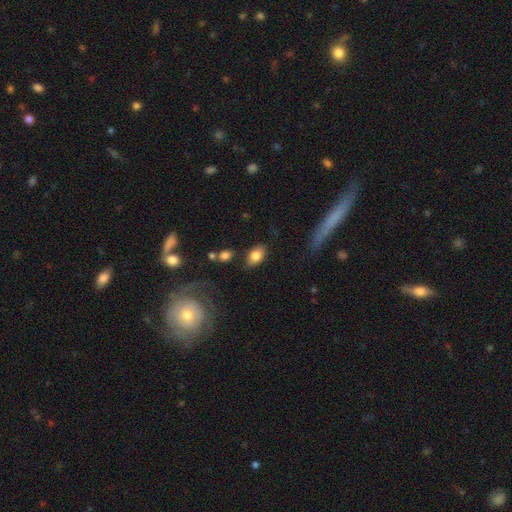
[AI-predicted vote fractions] This appears to be a smooth galaxy with no disk features (81%) that is in between round and cigar-shaped (86%). Merging: none (79%).